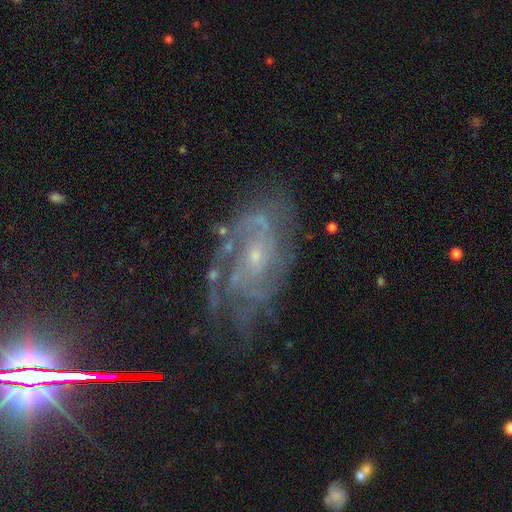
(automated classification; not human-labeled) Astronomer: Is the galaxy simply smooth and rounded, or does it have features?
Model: featured or disk — 85%.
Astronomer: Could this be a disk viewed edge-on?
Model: no — 96%.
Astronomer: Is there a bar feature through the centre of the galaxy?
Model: no — 66%.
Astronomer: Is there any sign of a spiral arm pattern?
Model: yes — 93%.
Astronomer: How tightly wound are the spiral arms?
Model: tight — 54% (runner-up: medium, 36%).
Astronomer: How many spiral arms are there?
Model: can't tell — 36% (runner-up: 2, 26%).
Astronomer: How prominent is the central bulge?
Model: small — 76%.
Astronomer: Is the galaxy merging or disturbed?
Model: none — 63%.